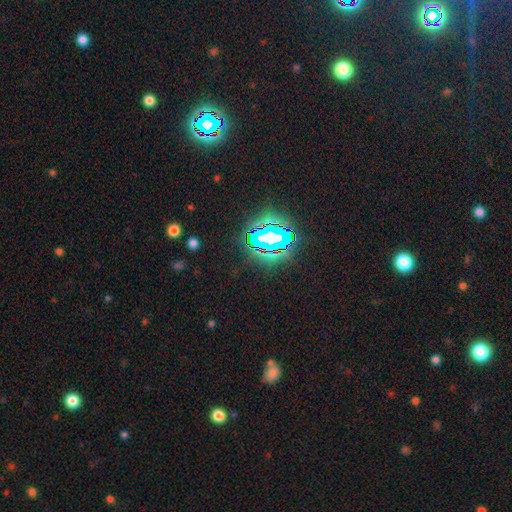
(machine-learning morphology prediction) Smooth or featured? star or artifact (81%)